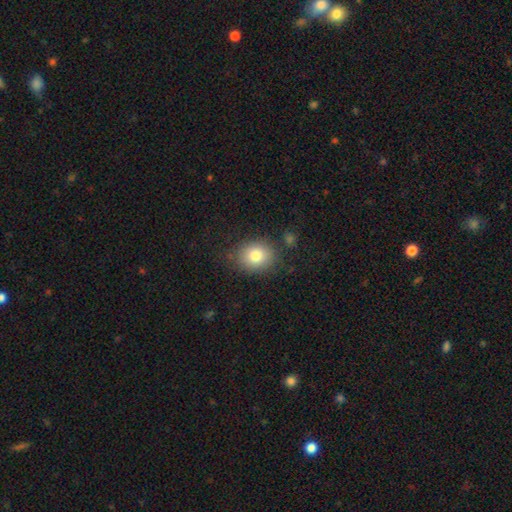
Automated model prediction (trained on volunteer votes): Overall: smooth (80%). How rounded: round (66%; in between 33%). Merging: none (81%).